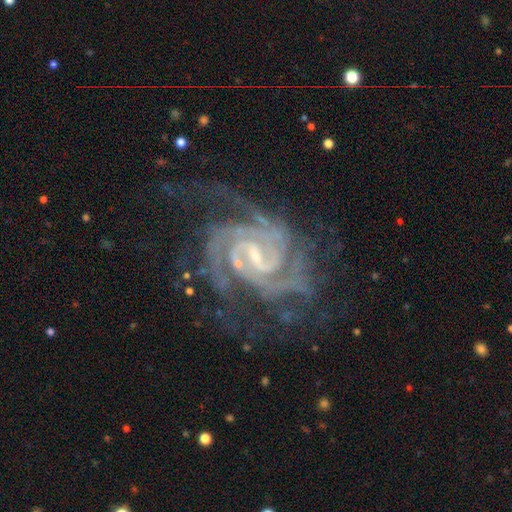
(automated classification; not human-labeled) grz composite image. It shows a featured or disk galaxy (93%) with a weak bar (52%), 2 (51%) tight (59%) spiral arms (99%) and a small central bulge (62%). Merging: none (63%).